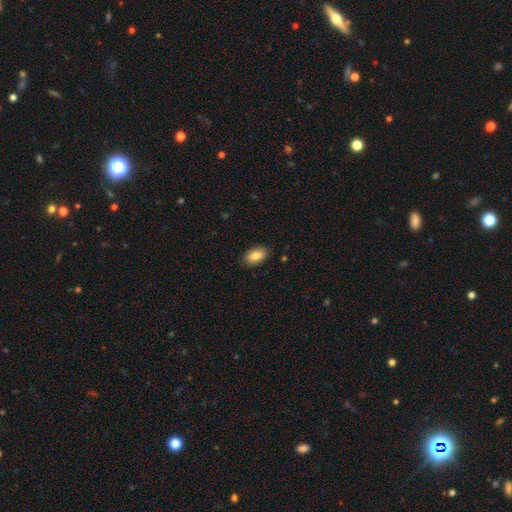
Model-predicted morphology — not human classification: A smooth galaxy with no disk features (85%) that is in between round and cigar-shaped (92%). Merging: none (87%).